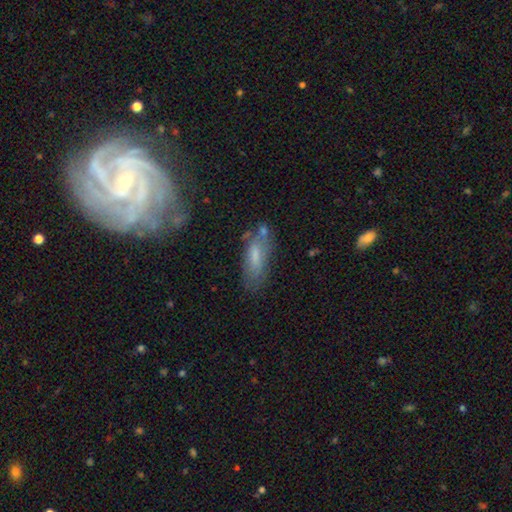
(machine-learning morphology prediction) A smooth galaxy with no disk features (60%) that is in between round and cigar-shaped (61%).

Vote fractions:
- Smooth or featured? smooth: 60% / featured or disk: 31% / star or artifact: 9%
- How rounded? in between: 61% / cigar-shaped: 37% / round: 2%
- Merging? none: 61% / minor disturbance: 22% / major disturbance: 9% / merger: 8%